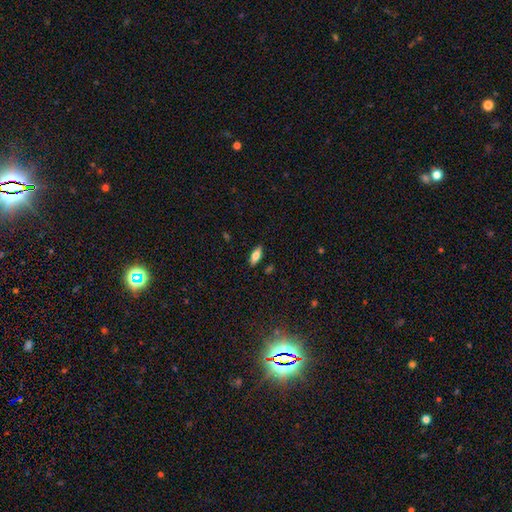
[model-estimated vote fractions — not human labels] smooth-or-featured: smooth: 70% | featured or disk: 22% | star or artifact: 7%
  how-rounded: in between: 77% | cigar-shaped: 20% | round: 2%
  merging: none: 87% | minor disturbance: 9% | major disturbance: 2% | merger: 1%